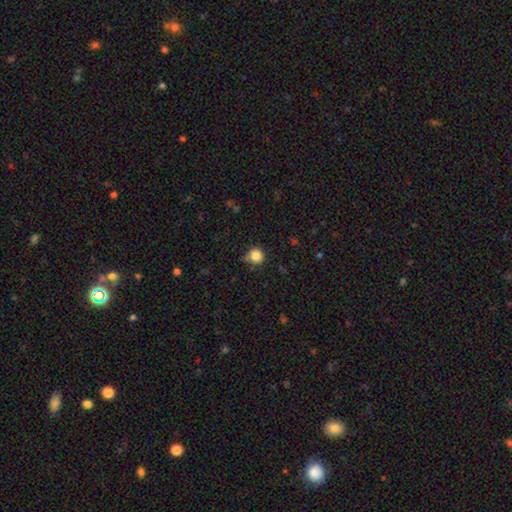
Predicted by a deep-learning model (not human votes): The model was most divided on "merging": none: 75%, minor disturbance: 18%, major disturbance: 4%, merger: 3%. More confident: how rounded — round (90%); smooth or featured — smooth (84%).